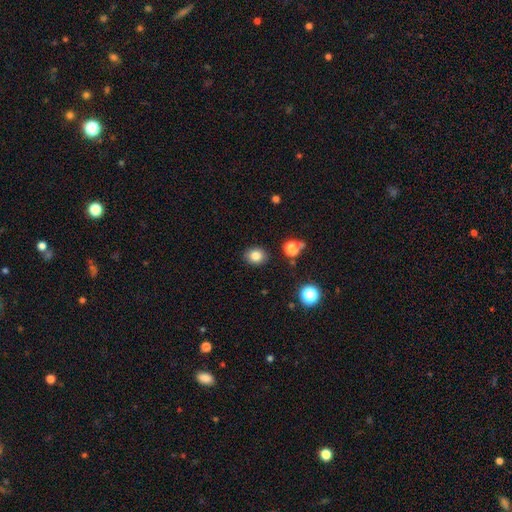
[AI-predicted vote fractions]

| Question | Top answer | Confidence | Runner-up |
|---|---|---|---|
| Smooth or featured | smooth | 82% | star or artifact (12%) |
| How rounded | round | 65% | in between (34%) |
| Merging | none | 87% | minor disturbance (8%) |